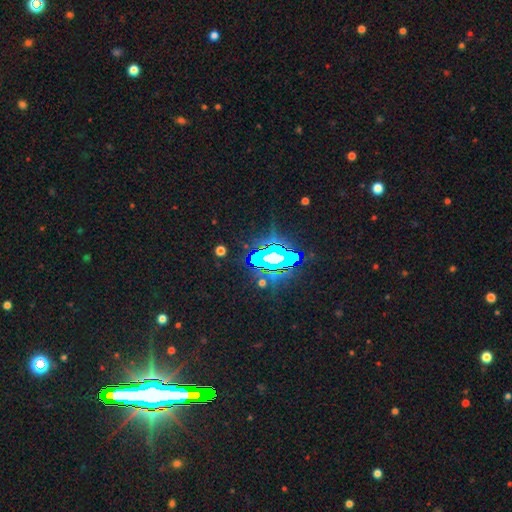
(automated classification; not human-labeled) This appears to be a star or artifact, not a galaxy (83%).